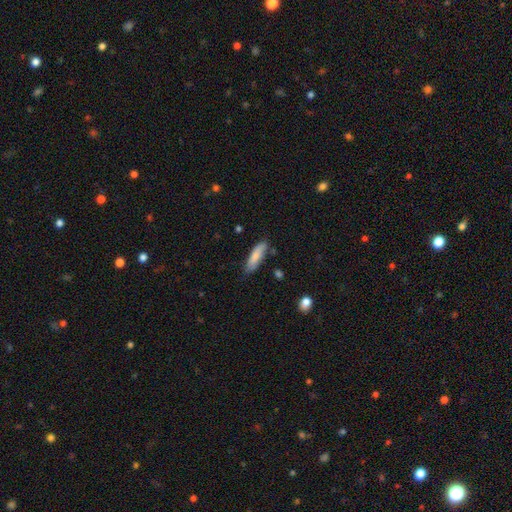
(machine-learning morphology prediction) Smooth or featured?
  - smooth: 80% *
  - featured or disk: 14%
  - star or artifact: 6%
How rounded?
  - cigar-shaped: 56% *
  - in between: 43%
  - round: 2%
Merging?
  - none: 74% *
  - minor disturbance: 19%
  - major disturbance: 3%
  - merger: 3%